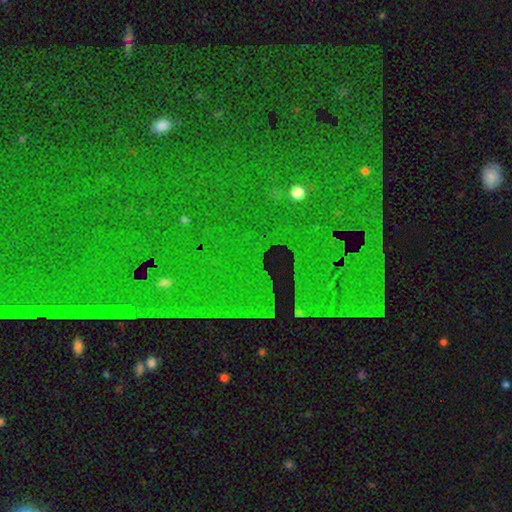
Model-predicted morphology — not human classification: A star or artifact, not a galaxy (83%).

Vote fractions:
- Smooth or featured? star or artifact: 83% / featured or disk: 8% / smooth: 8%